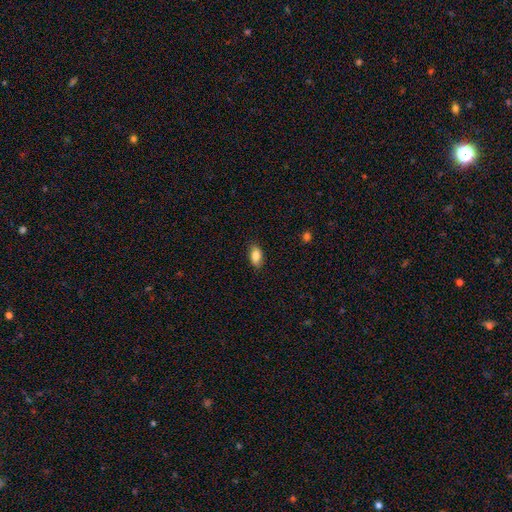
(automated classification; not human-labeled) Morphology: type=smooth (85%); roundness=in between (90%); merging=none (85%).